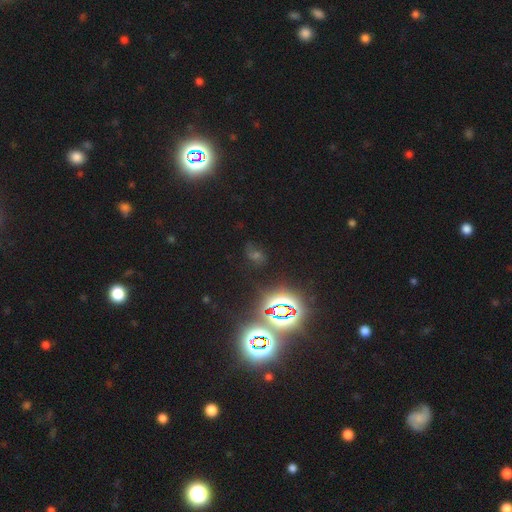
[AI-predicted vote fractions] This appears to be a star or artifact, not a galaxy (64%).